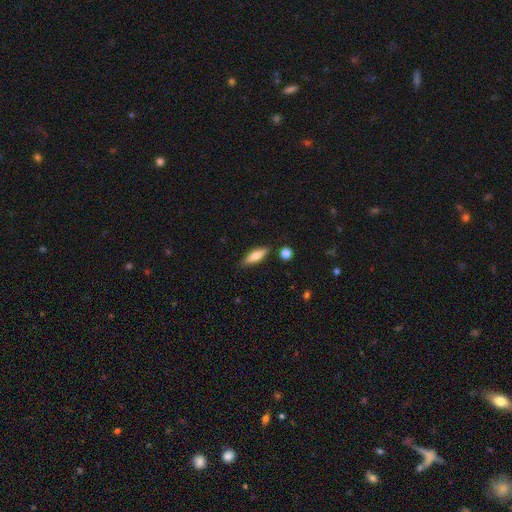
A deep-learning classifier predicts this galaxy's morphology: Smooth or featured: smooth — 66% (featured or disk — 27%)
How rounded: cigar-shaped — 51% (in between — 46%)
Merging: none — 82% (minor disturbance — 12%)